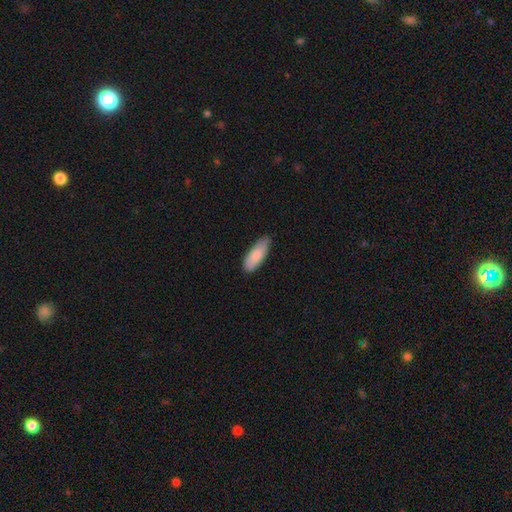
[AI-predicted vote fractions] Smooth or featured?
  - smooth: 84% *
  - featured or disk: 10%
  - star or artifact: 5%
How rounded?
  - in between: 73% *
  - cigar-shaped: 26%
  - round: 2%
Merging?
  - none: 77% *
  - minor disturbance: 19%
  - major disturbance: 3%
  - merger: 1%